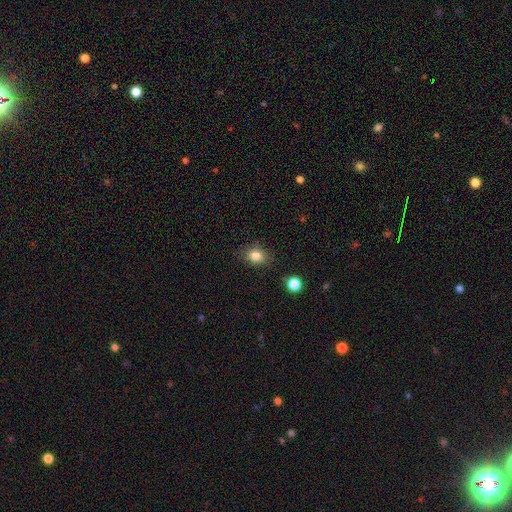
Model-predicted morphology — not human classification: smooth 82%, star or artifact 11%, featured or disk 7%. Down the decision tree: how rounded — in between (59%); merging — none (81%).